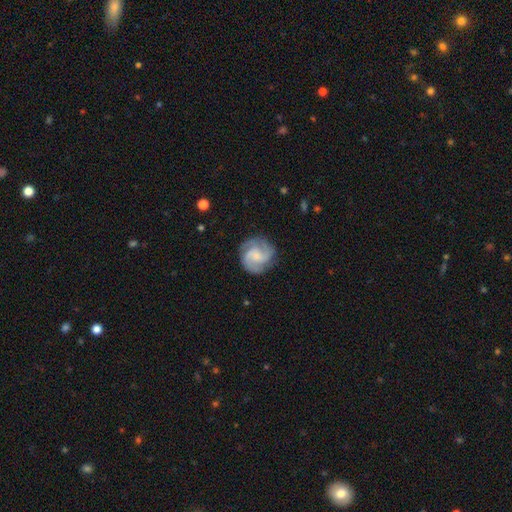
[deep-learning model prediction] featured or disk 83%, smooth 12%, star or artifact 5%. Down the decision tree: edge-on disk — no (98%); bar — no (53%); spiral arms — yes (97%); spiral arm count — 3 (55%); spiral winding — medium (50%); bulge size — small (49%); merging — none (81%).